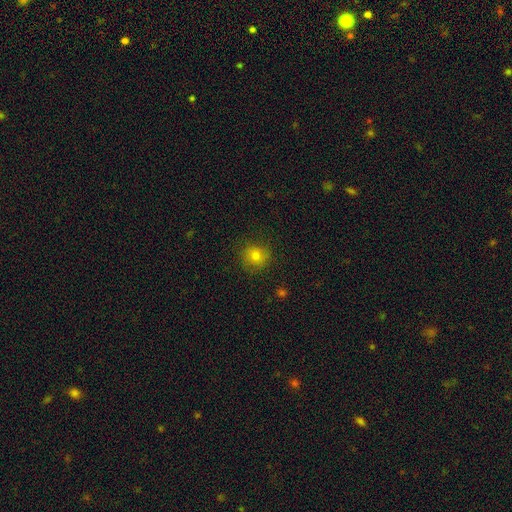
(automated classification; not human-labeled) Smooth or featured? Predicted: smooth (p=0.79). How rounded? Predicted: round (p=0.87). Merging? Predicted: none (p=0.81).